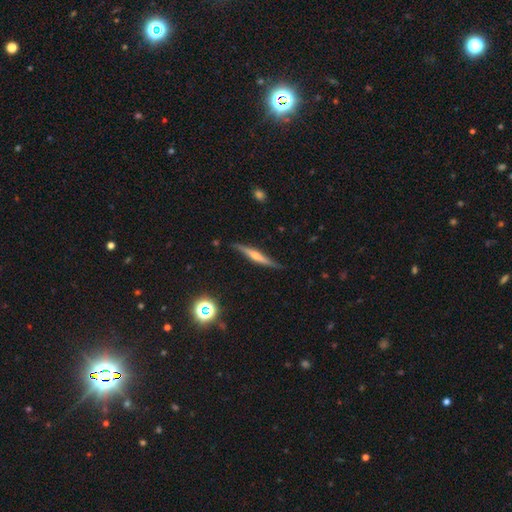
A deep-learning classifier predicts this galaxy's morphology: smooth-or-featured: featured or disk: 68% | smooth: 24% | star or artifact: 8%
  disk-edge-on: yes: 96% | no: 4%
    edge-on-bulge: rounded: 77% | none: 13% | boxy: 10%
  merging: none: 85% | minor disturbance: 12% | major disturbance: 2% | merger: 1%